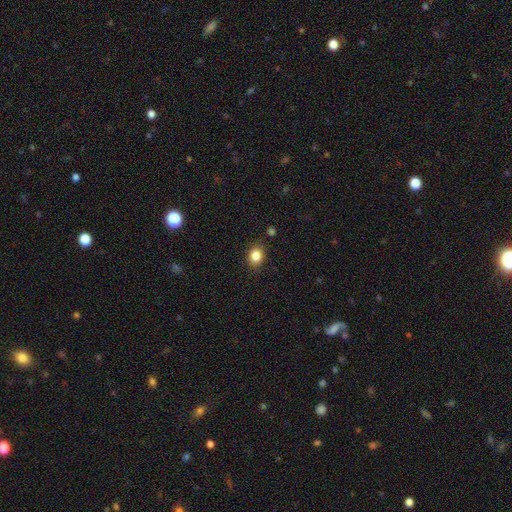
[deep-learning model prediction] Smooth or featured?
  - smooth: 85% *
  - star or artifact: 10%
  - featured or disk: 5%
How rounded?
  - round: 52% *
  - in between: 47%
  - cigar-shaped: 1%
Merging?
  - none: 84% *
  - minor disturbance: 11%
  - major disturbance: 3%
  - merger: 2%